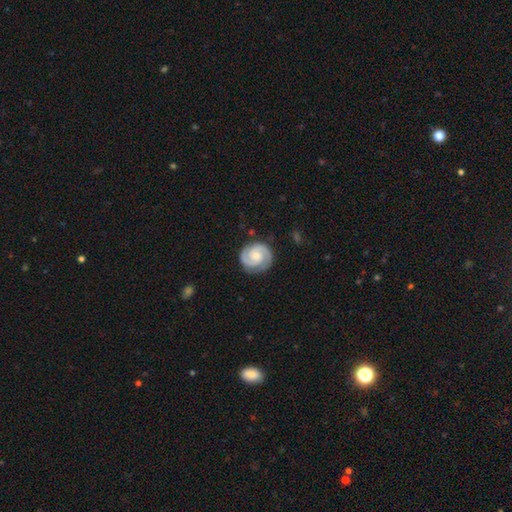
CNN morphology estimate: A featured or disk galaxy (87%) with no bar (64%), 2 (91%) tight (62%) spiral arms (98%) and a small central bulge (46%). Merging: none (85%).